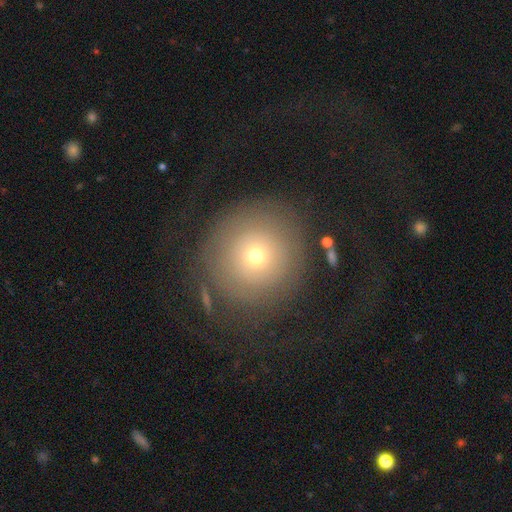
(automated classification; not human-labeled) Smooth or featured?
  - smooth: 54% *
  - featured or disk: 30%
  - star or artifact: 15%
How rounded?
  - round: 92% *
  - in between: 7%
  - cigar-shaped: 1%
Merging?
  - none: 68% *
  - major disturbance: 18%
  - minor disturbance: 12%
  - merger: 2%